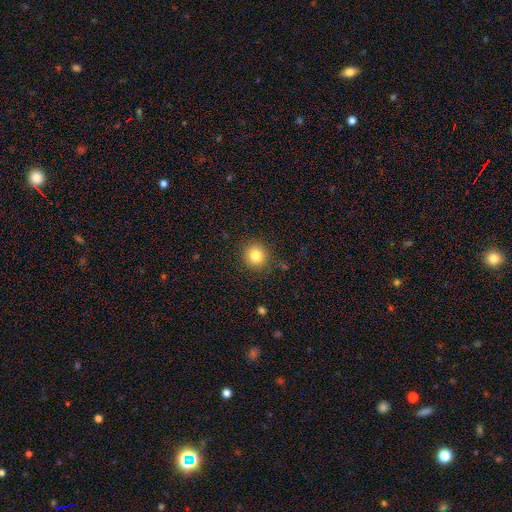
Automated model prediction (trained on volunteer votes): smooth_or_featured: smooth (p=0.82) [alt: star or artifact p=0.11]
how_rounded: round (p=0.91) [alt: in between p=0.08]
merging: none (p=0.86) [alt: minor disturbance p=0.09]